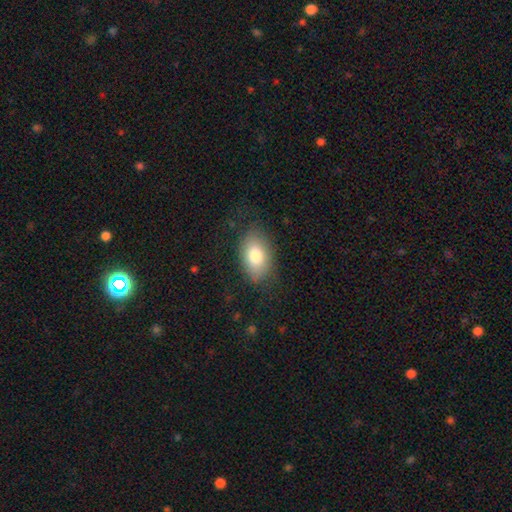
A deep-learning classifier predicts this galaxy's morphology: smooth 78%, featured or disk 14%, star or artifact 8%. Down the decision tree: how rounded — in between (89%); merging — none (78%).